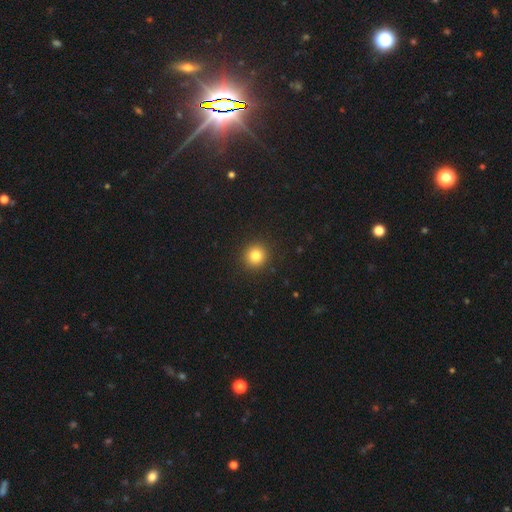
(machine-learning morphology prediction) This is clearly a smooth galaxy (82%). How rounded: clearly round (93%). Merging: clearly none (92%).